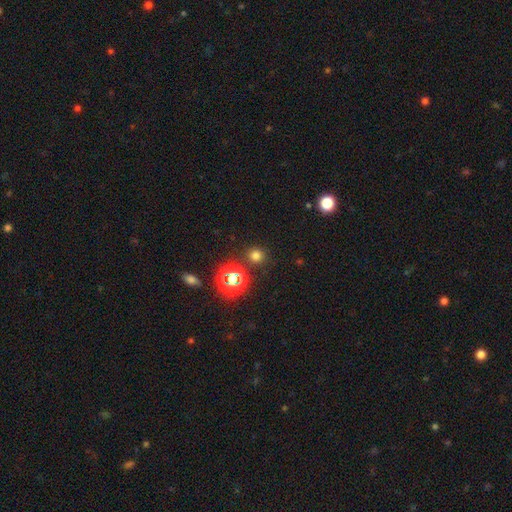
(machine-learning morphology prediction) Smooth or featured: smooth — 68% (star or artifact — 26%)
How rounded: round — 90% (in between — 9%)
Merging: none — 86% (minor disturbance — 7%)